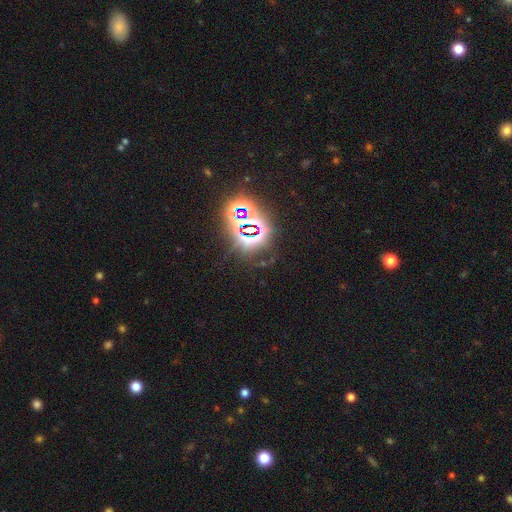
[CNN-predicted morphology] star or artifact 72%, smooth 15%, featured or disk 13%.